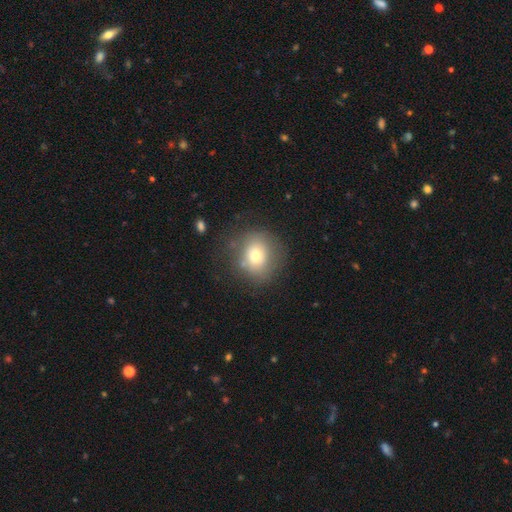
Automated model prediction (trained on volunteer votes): Morphology: type=smooth (73%); roundness=round (80%); merging=none (71%).